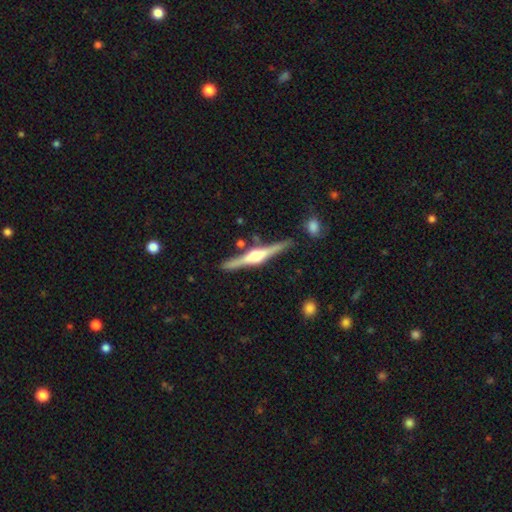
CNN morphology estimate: This appears to be a featured or disk galaxy (84%) viewed edge-on (98%) with a rounded central bulge (84%). Merging: none (86%).